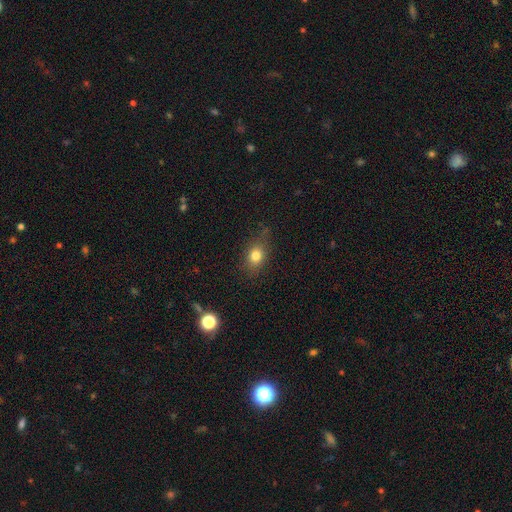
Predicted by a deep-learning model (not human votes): smooth_or_featured: smooth (p=0.79) [alt: star or artifact p=0.12]
how_rounded: in between (p=0.58) [alt: round p=0.39]
merging: none (p=0.77) [alt: minor disturbance p=0.16]